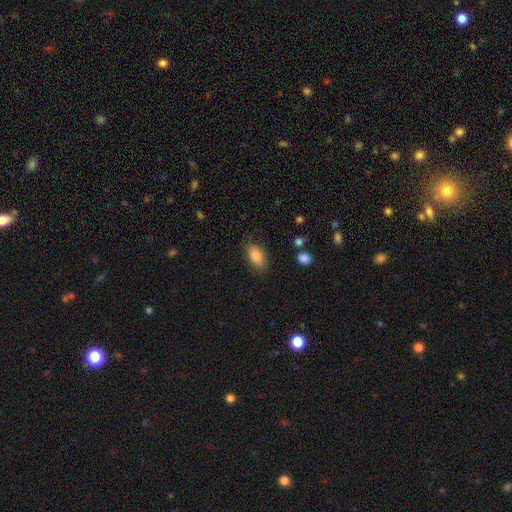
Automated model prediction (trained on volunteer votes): smooth 85%, featured or disk 8%, star or artifact 8%. Down the decision tree: how rounded — in between (89%); merging — none (83%).